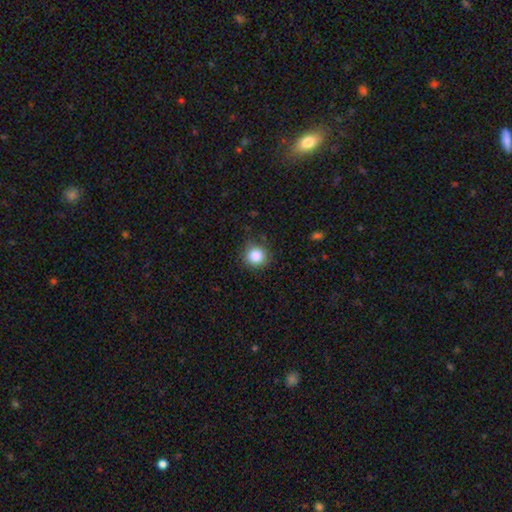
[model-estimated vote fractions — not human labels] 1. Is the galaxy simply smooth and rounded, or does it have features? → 85% smooth, 10% star or artifact, 5% featured or disk.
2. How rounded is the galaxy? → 90% round, 9% in between, 1% cigar-shaped.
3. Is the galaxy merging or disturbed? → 84% none, 12% minor disturbance, 3% major disturbance, 1% merger.